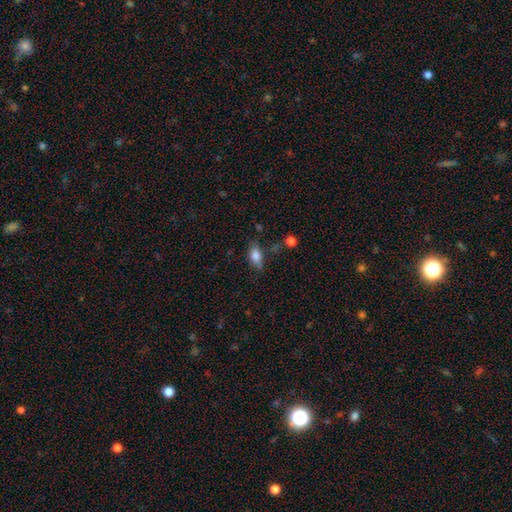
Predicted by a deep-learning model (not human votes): Smooth or featured? smooth (79%)
How rounded? in between (83%)
Merging? none (69%)